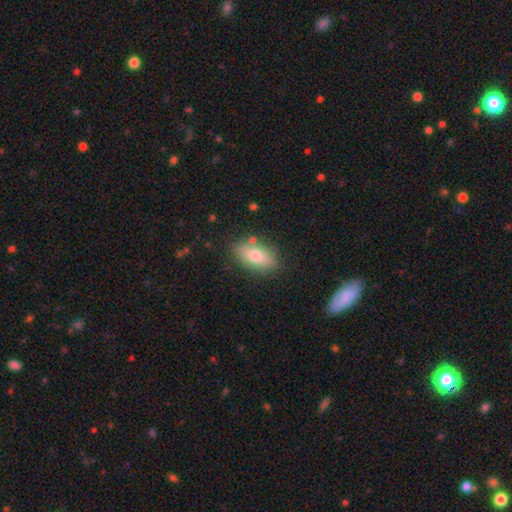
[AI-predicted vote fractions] Smooth or featured? Predicted: smooth (p=0.76). How rounded? Predicted: in between (p=0.88). Merging? Predicted: none (p=0.80).